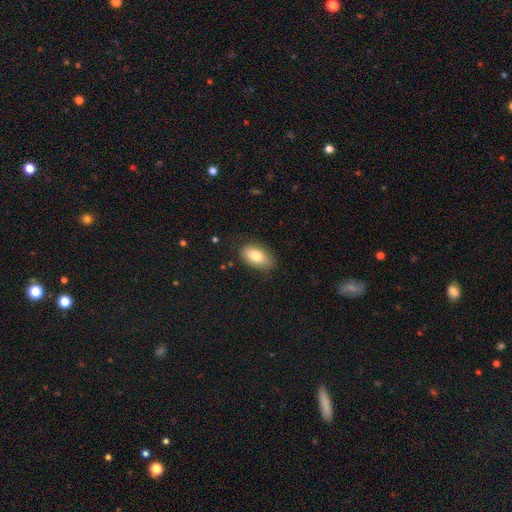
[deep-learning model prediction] Smooth or featured? Predicted: smooth (p=0.79). How rounded? Predicted: in between (p=0.91). Merging? Predicted: none (p=0.79).